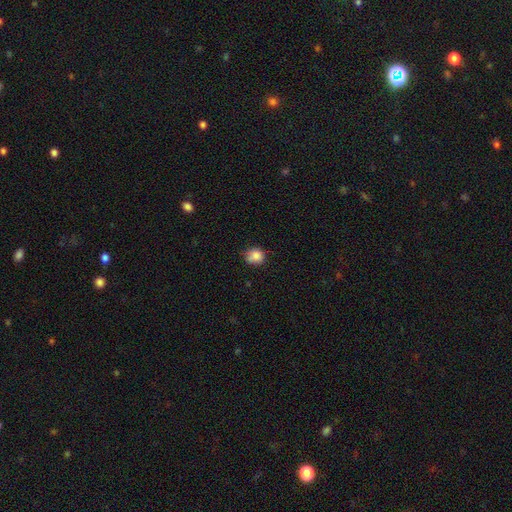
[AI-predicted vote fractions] Morphology: type=smooth (84%); roundness=round (75%); merging=none (64%).